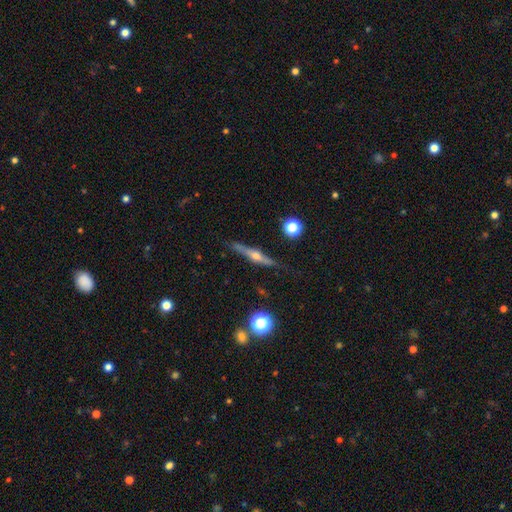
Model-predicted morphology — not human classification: This appears to be a featured or disk galaxy (72%) viewed edge-on (97%) with a rounded central bulge (91%). Merging: none (84%).